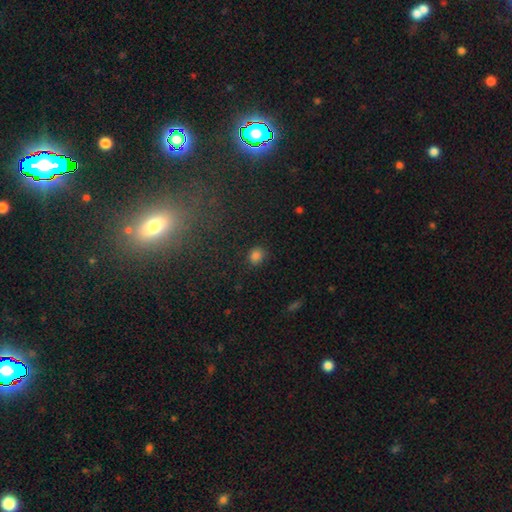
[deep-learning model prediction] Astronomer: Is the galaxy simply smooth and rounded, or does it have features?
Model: smooth — 82%.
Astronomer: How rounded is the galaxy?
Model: round — 67%.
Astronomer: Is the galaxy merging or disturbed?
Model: none — 84%.